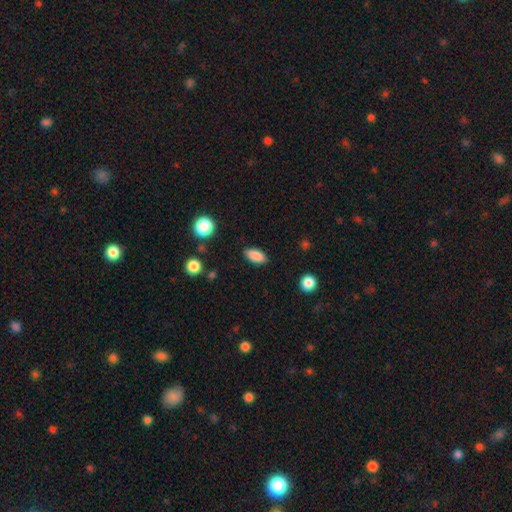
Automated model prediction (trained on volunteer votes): smooth-or-featured: smooth: 86% | star or artifact: 8% | featured or disk: 6%
  how-rounded: in between: 86% | cigar-shaped: 10% | round: 4%
  merging: none: 87% | minor disturbance: 10% | major disturbance: 2% | merger: 1%